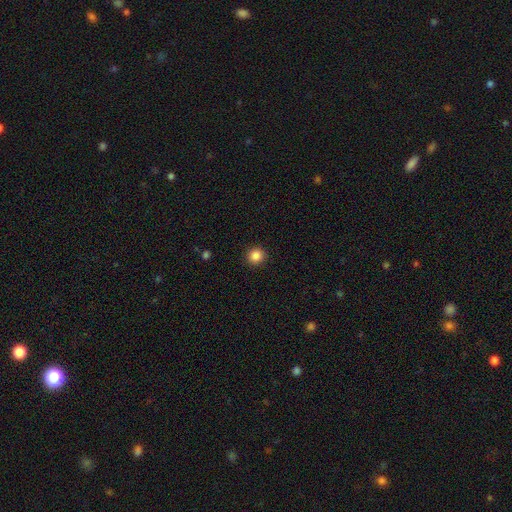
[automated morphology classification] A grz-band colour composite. It shows a smooth galaxy with no disk features (86%) that is round (93%). Merging: none (92%).